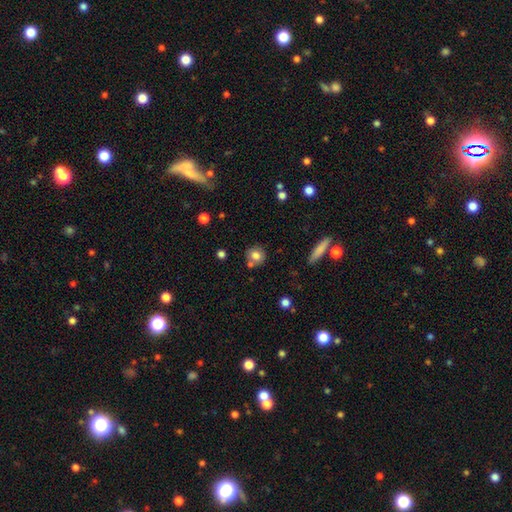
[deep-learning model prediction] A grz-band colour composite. It shows a smooth galaxy with no disk features (79%) that is round (83%). Merging: none (68%).